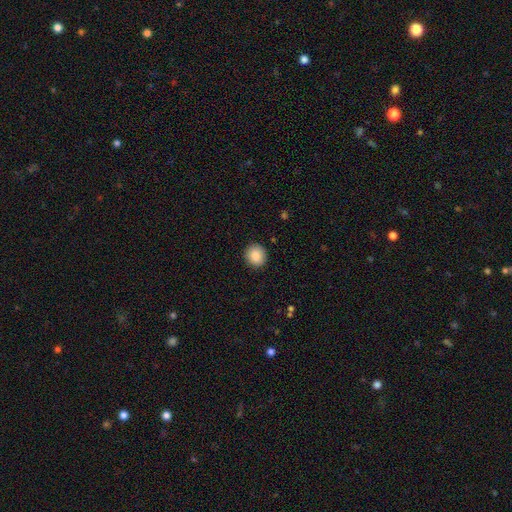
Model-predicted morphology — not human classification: Q: Smooth or featured?
A: smooth (87%); runner-up: star or artifact (8%)
Q: How rounded?
A: round (83%); runner-up: in between (16%)
Q: Merging?
A: none (90%); runner-up: minor disturbance (7%)